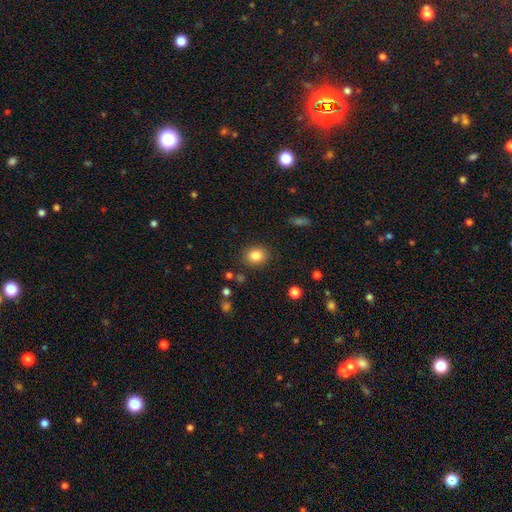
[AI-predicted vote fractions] smooth 84%, star or artifact 10%, featured or disk 6%. Down the decision tree: how rounded — round (59%); merging — none (86%).